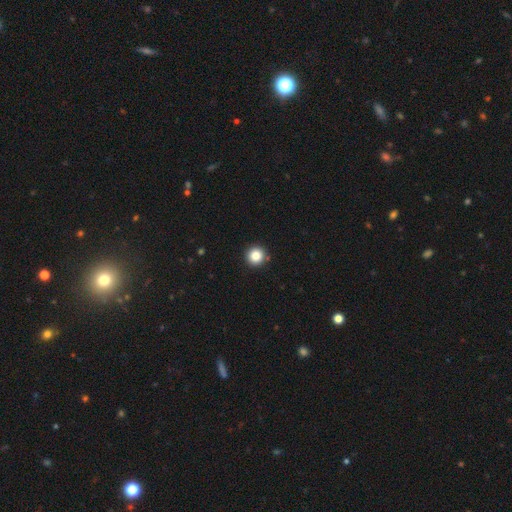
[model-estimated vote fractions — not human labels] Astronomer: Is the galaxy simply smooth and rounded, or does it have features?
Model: smooth — 85%.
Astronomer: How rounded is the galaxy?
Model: round — 96%.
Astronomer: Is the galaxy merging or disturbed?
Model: none — 92%.